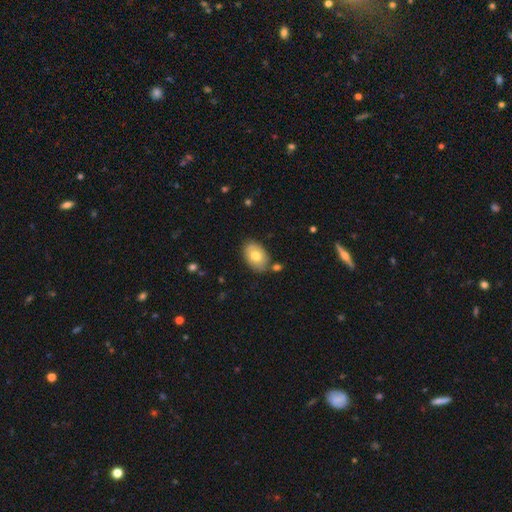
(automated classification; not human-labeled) Overall: smooth (73%). How rounded: in between (86%). Merging: none (78%).